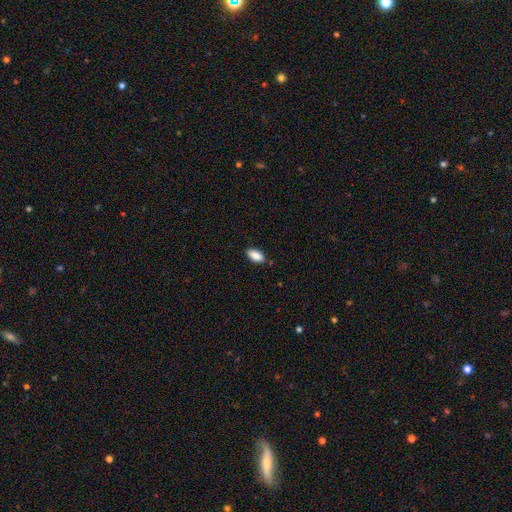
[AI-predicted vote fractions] A smooth galaxy with no disk features (89%) that is in between round and cigar-shaped (92%).

Vote fractions:
- Smooth or featured? smooth: 89% / star or artifact: 7% / featured or disk: 4%
- How rounded? in between: 92% / cigar-shaped: 6% / round: 3%
- Merging? none: 84% / minor disturbance: 12% / major disturbance: 2% / merger: 2%